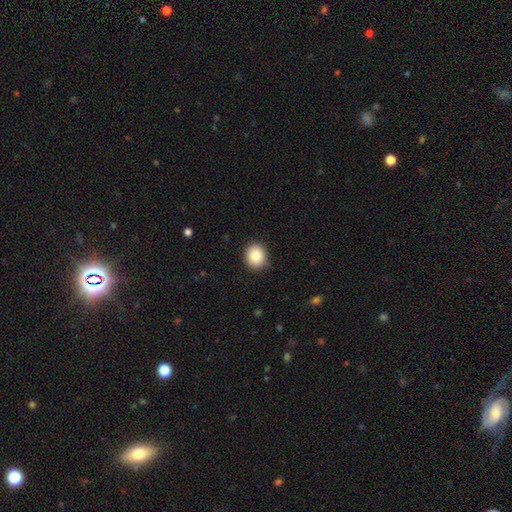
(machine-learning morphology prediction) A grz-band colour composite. It shows a smooth galaxy with no disk features (86%) that is round (73%). Merging: none (87%).